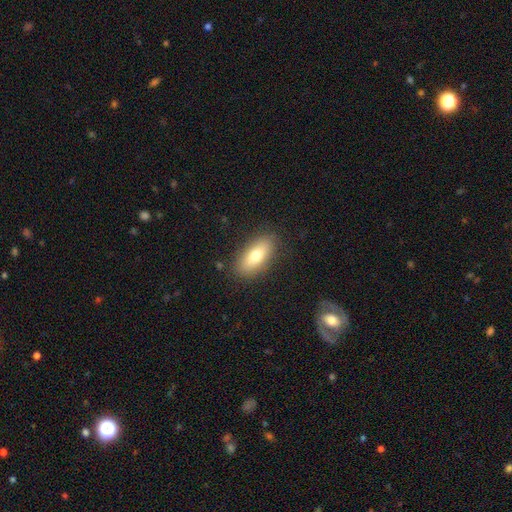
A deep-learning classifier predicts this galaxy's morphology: Smooth or featured? Predicted: smooth (p=0.74). How rounded? Predicted: in between (p=0.84). Merging? Predicted: none (p=0.85).